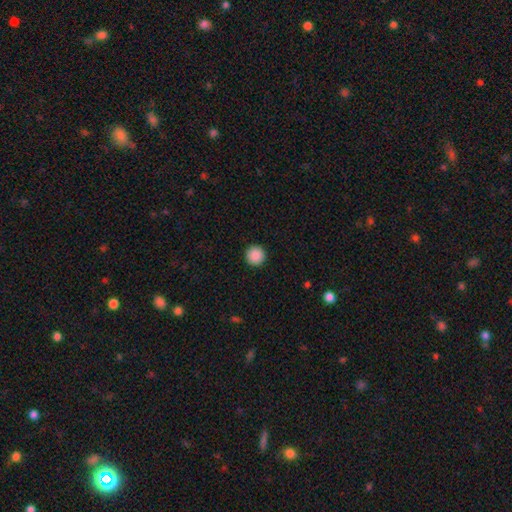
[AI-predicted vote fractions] A smooth galaxy with no disk features (89%) that is round (96%). Merging: none (93%).